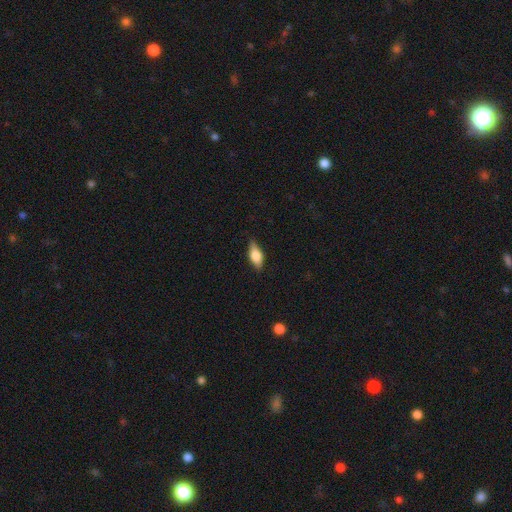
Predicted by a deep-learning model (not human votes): Smooth or featured: smooth — 64% (featured or disk — 29%)
How rounded: in between — 78% (cigar-shaped — 18%)
Merging: none — 84% (minor disturbance — 13%)